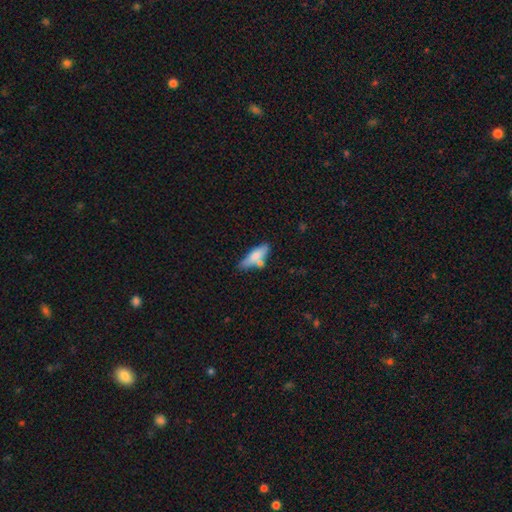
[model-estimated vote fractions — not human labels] This is likely a smooth galaxy (71%). How rounded: possibly cigar-shaped (57%). Merging: possibly none (58%).